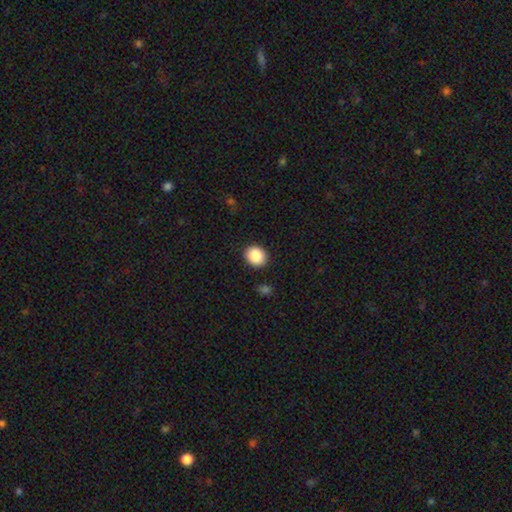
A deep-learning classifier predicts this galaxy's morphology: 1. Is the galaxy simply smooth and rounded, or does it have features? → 88% smooth, 8% star or artifact, 4% featured or disk.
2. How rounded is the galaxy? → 67% round, 32% in between, 1% cigar-shaped.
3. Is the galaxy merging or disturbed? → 89% none, 7% minor disturbance, 2% major disturbance, 1% merger.